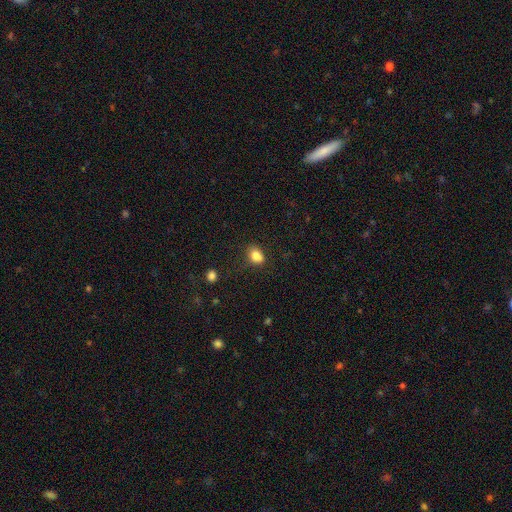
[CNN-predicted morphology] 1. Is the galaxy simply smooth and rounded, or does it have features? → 82% smooth, 11% star or artifact, 8% featured or disk.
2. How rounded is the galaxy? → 59% in between, 40% round, 1% cigar-shaped.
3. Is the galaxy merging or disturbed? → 66% none, 22% minor disturbance, 6% major disturbance, 6% merger.